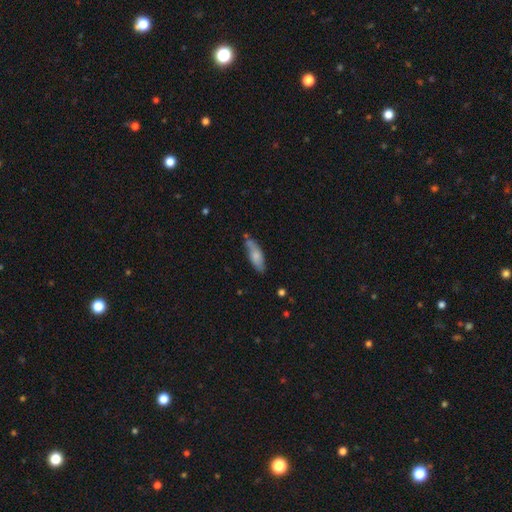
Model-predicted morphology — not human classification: smooth-or-featured: smooth: 70% | featured or disk: 24% | star or artifact: 6%
  how-rounded: in between: 56% | cigar-shaped: 42% | round: 2%
  merging: none: 65% | minor disturbance: 25% | merger: 6% | major disturbance: 5%